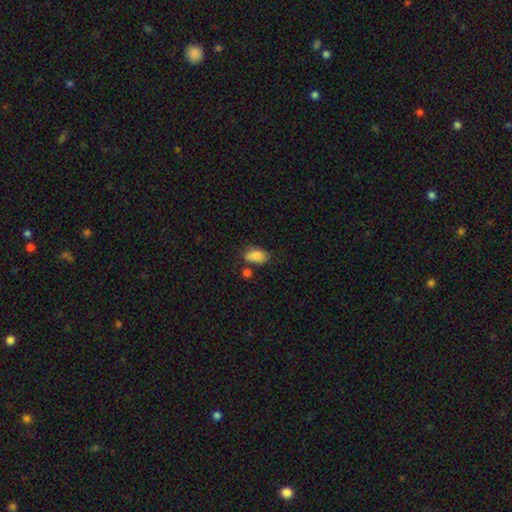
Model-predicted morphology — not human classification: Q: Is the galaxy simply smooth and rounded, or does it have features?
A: smooth — 85%.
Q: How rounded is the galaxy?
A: in between — 91%.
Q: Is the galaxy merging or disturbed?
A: none — 56%.